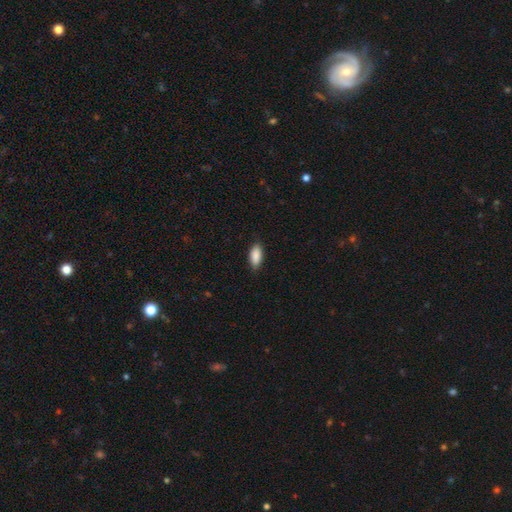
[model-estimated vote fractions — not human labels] The model was most divided on "merging": none: 85%, minor disturbance: 12%, major disturbance: 2%, merger: 1%. More confident: smooth or featured — smooth (89%); how rounded — in between (87%).